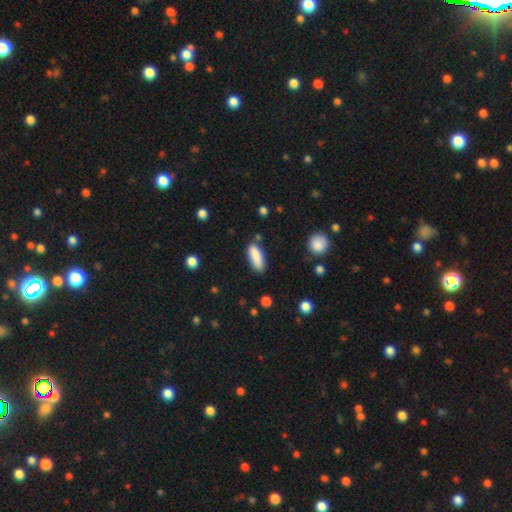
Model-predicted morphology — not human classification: The model was most divided on "how rounded": in between: 67%, cigar-shaped: 31%, round: 2%. More confident: smooth or featured — smooth (86%); merging — none (79%).